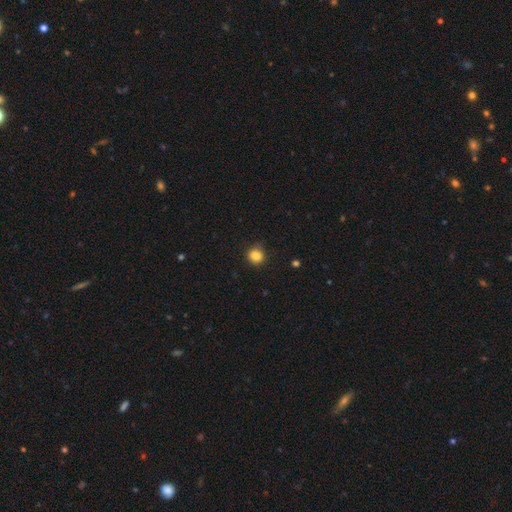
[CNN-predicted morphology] A smooth galaxy with no disk features (85%) that is round (88%).

Vote fractions:
- Smooth or featured? smooth: 85% / star or artifact: 11% / featured or disk: 4%
- How rounded? round: 88% / in between: 11% / cigar-shaped: 1%
- Merging? none: 78% / minor disturbance: 17% / major disturbance: 3% / merger: 1%